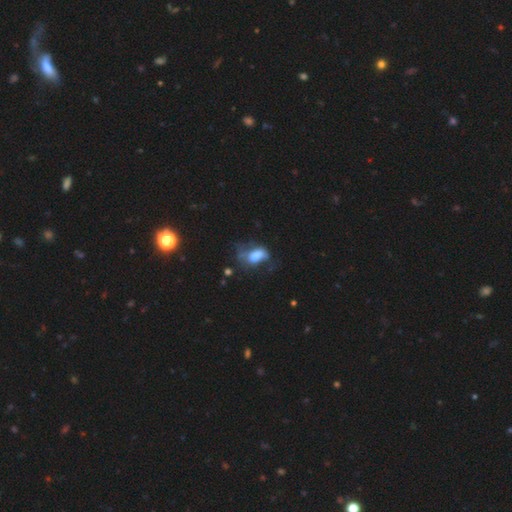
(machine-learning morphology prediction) smooth 54%, featured or disk 34%, star or artifact 12%. Down the decision tree: how rounded — in between (84%); merging — major disturbance (43%).